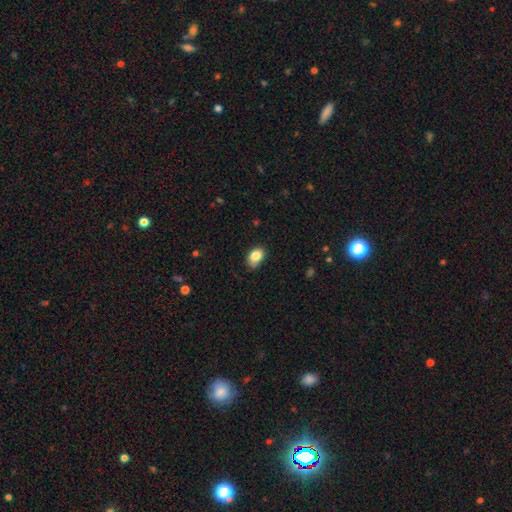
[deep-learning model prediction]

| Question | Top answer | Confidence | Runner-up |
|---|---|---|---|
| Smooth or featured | smooth | 85% | star or artifact (8%) |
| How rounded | in between | 82% | round (17%) |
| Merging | none | 71% | minor disturbance (24%) |